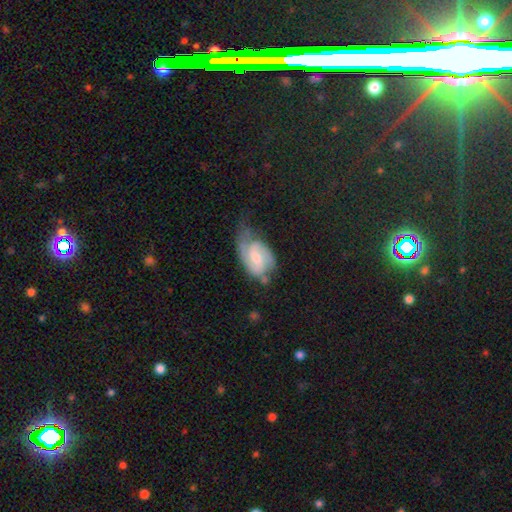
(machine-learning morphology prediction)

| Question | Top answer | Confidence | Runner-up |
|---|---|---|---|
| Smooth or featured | featured or disk | 75% | smooth (18%) |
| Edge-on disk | no | 97% | yes (3%) |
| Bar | weak | 50% | no (37%) |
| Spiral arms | yes | 94% | no (6%) |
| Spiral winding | medium | 47% | tight (35%) |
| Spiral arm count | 2 | 77% | can't tell (9%) |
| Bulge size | moderate | 44% | small (43%) |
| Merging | none | 42% | minor disturbance (33%) |